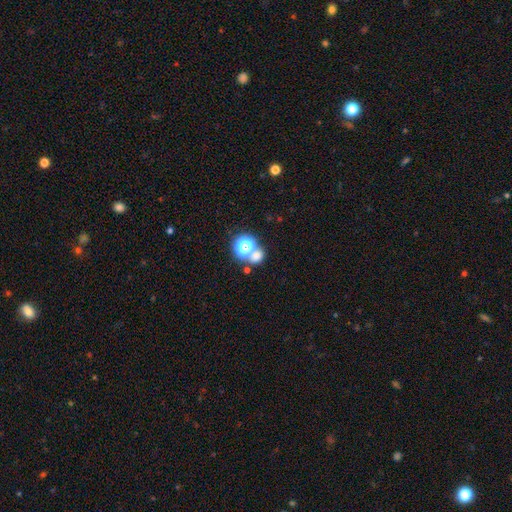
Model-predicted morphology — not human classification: smooth 56%, star or artifact 34%, featured or disk 10%. Down the decision tree: how rounded — round (64%); merging — none (53%).